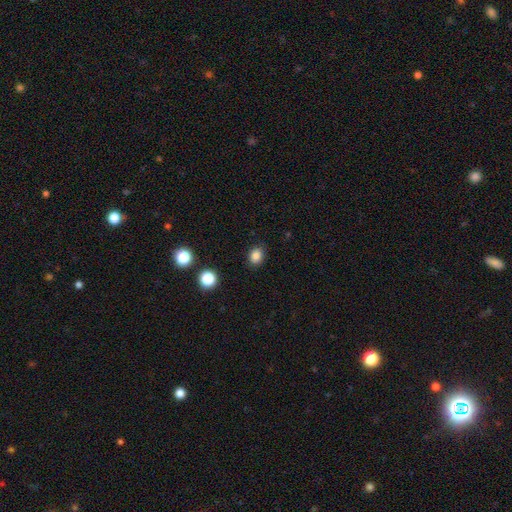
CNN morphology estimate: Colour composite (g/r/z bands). It shows a smooth galaxy with no disk features (84%) that is in between round and cigar-shaped (52%). Merging: none (86%).